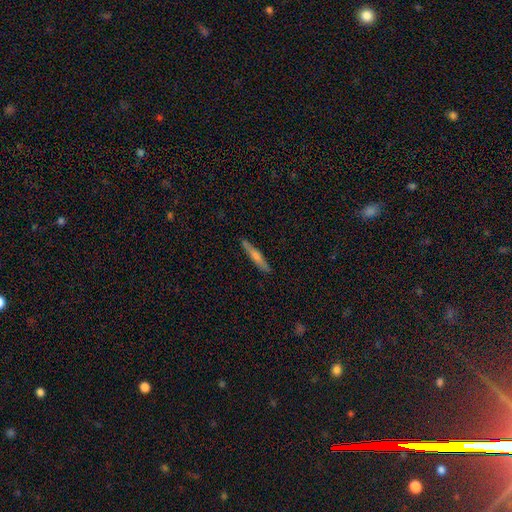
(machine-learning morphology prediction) Q: Smooth or featured?
A: featured or disk (52%); runner-up: smooth (42%)
Q: Edge-on disk?
A: yes (95%); runner-up: no (5%)
Q: Merging?
A: none (89%); runner-up: minor disturbance (8%)